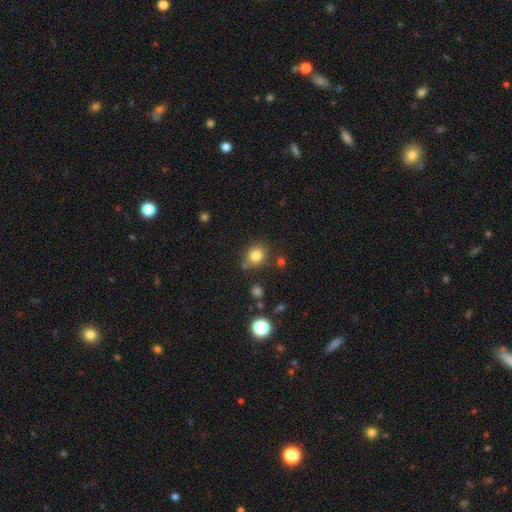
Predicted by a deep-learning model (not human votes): smooth-or-featured: smooth: 81% | star or artifact: 12% | featured or disk: 7%
  how-rounded: round: 72% | in between: 27% | cigar-shaped: 1%
  merging: none: 78% | minor disturbance: 11% | merger: 7% | major disturbance: 4%